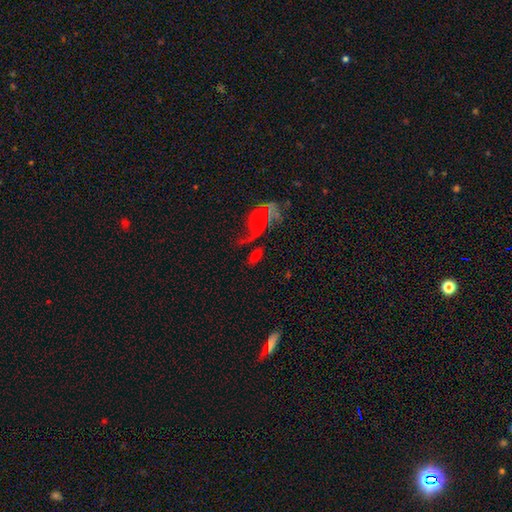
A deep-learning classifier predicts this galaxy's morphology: Smooth or featured? smooth (47%)
Merging? none (48%)